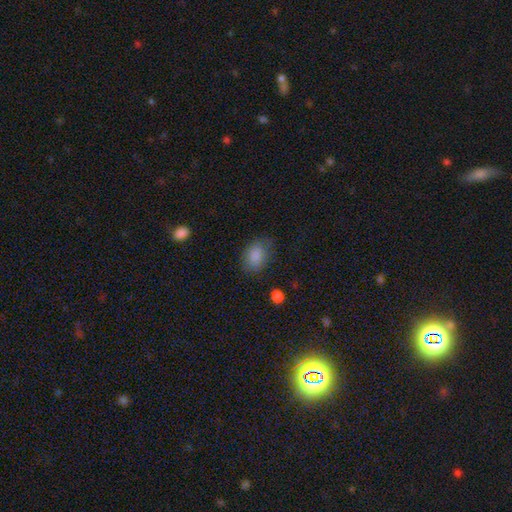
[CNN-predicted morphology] type=smooth (86%); roundness=in between (77%); merging=none (75%).